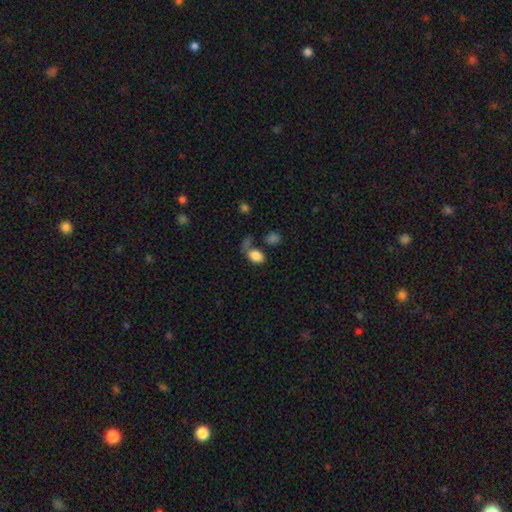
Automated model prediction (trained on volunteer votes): smooth 84%, star or artifact 9%, featured or disk 7%. Down the decision tree: how rounded — in between (80%); merging — none (45%).